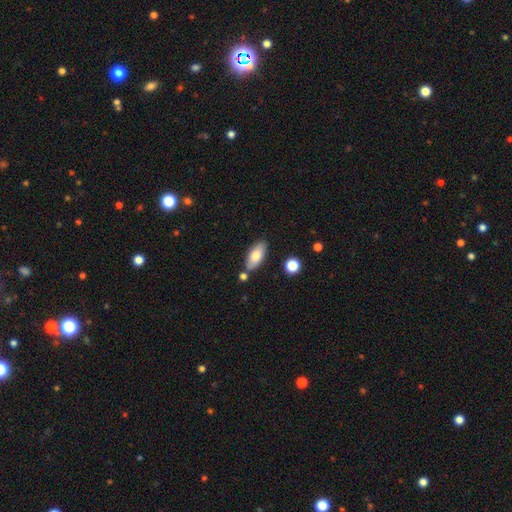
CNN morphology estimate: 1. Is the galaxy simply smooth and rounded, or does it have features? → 76% smooth, 17% featured or disk, 7% star or artifact.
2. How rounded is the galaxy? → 87% in between, 10% cigar-shaped, 3% round.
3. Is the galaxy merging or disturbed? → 80% none, 11% minor disturbance, 6% merger, 2% major disturbance.